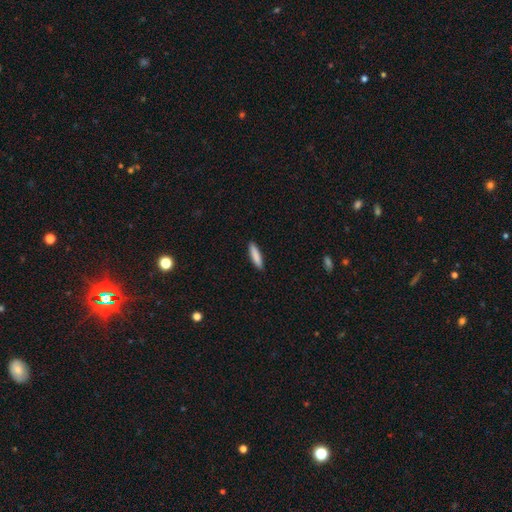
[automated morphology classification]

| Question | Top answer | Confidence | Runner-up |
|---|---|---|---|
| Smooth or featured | smooth | 86% | featured or disk (8%) |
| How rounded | cigar-shaped | 81% | in between (17%) |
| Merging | none | 90% | minor disturbance (7%) |